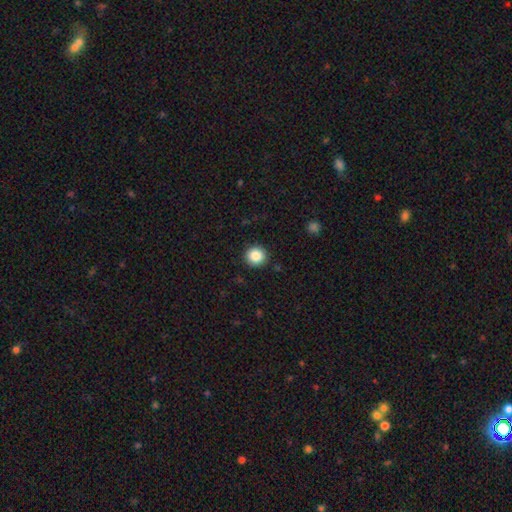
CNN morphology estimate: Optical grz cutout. It shows a smooth galaxy with no disk features (86%) that is round (93%). Merging: none (91%).